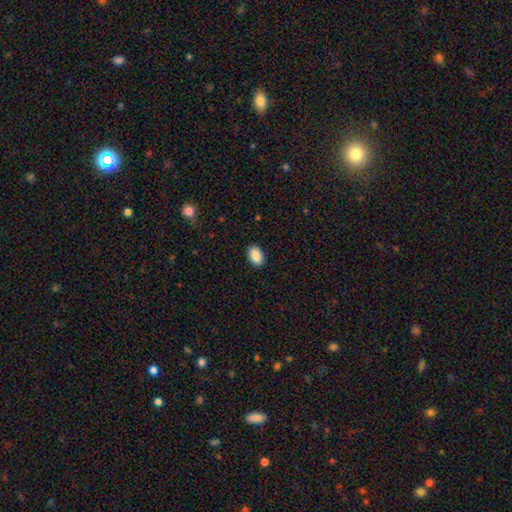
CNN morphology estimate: Smooth or featured?
  - smooth: 88% *
  - star or artifact: 7%
  - featured or disk: 5%
How rounded?
  - in between: 91% *
  - round: 8%
  - cigar-shaped: 1%
Merging?
  - none: 90% *
  - minor disturbance: 7%
  - major disturbance: 2%
  - merger: 1%